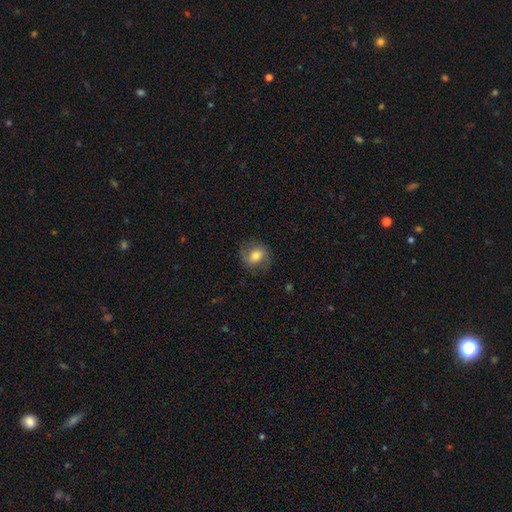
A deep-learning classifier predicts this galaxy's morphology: This appears to be a smooth galaxy with no disk features (58%) that is round (60%). Merging: none (75%).